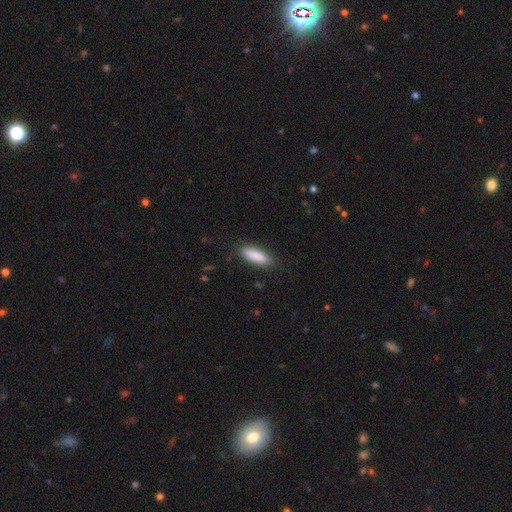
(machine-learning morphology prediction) A smooth galaxy with no disk features (89%) that is in between round and cigar-shaped (55%).

Vote fractions:
- Smooth or featured? smooth: 89% / star or artifact: 6% / featured or disk: 6%
- How rounded? in between: 55% / cigar-shaped: 43% / round: 2%
- Merging? none: 86% / minor disturbance: 10% / major disturbance: 2% / merger: 1%